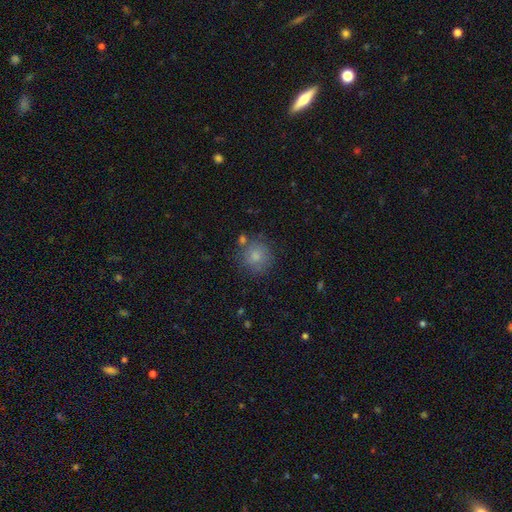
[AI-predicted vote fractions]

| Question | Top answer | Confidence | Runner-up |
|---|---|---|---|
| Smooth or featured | smooth | 78% | featured or disk (12%) |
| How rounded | round | 91% | in between (8%) |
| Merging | none | 75% | minor disturbance (14%) |